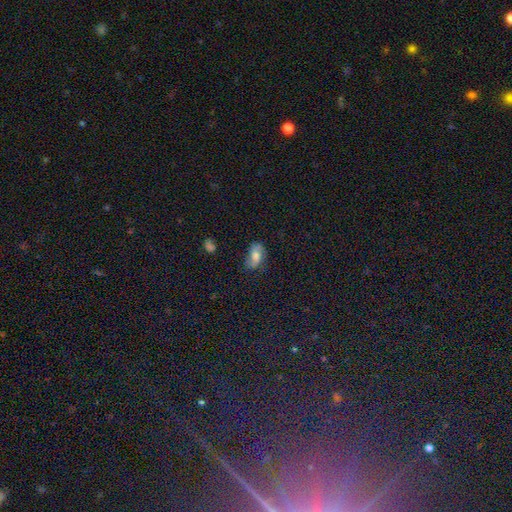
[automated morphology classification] Smooth or featured? smooth (56%)
How rounded? in between (88%)
Merging? none (63%)